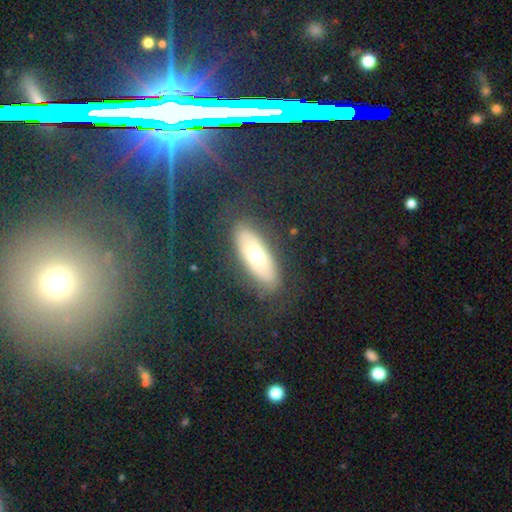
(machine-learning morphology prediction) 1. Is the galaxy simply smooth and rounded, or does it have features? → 52% smooth, 34% featured or disk, 14% star or artifact.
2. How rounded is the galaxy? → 71% in between, 25% cigar-shaped, 4% round.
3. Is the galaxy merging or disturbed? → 82% none, 11% minor disturbance, 5% major disturbance, 2% merger.